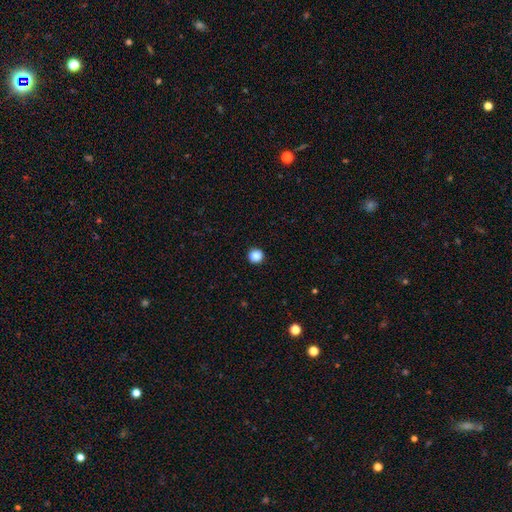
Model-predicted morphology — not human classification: A smooth galaxy with no disk features (86%) that is round (93%). Merging: none (93%).